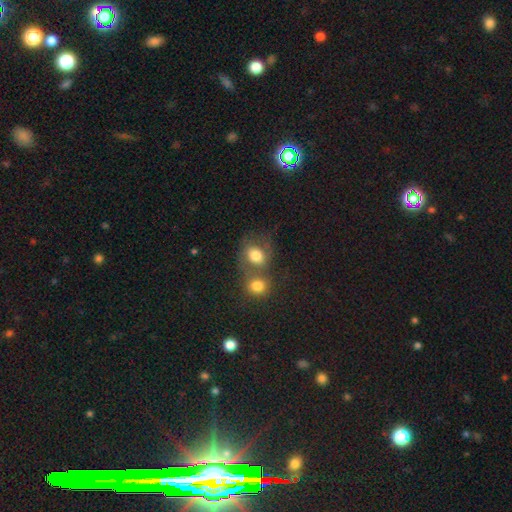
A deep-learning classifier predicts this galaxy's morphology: Smooth or featured? smooth (75%)
How rounded? round (58%)
Merging? merger (49%)